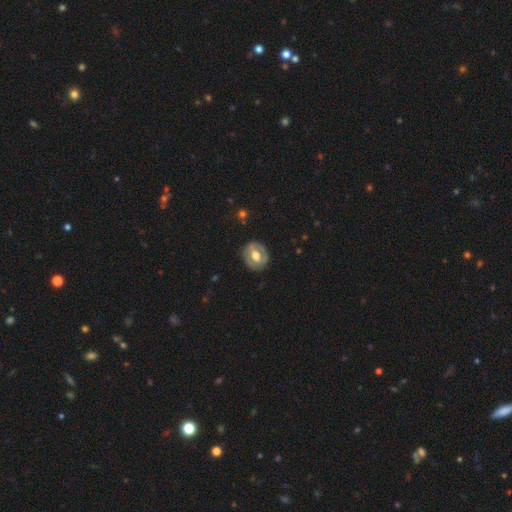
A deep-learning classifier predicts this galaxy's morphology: Smooth or featured? featured or disk (54%)
Edge-on disk? no (95%)
Bar? no (43%)
Spiral arms? no (69%)
Bulge size? moderate (64%)
Merging? none (82%)